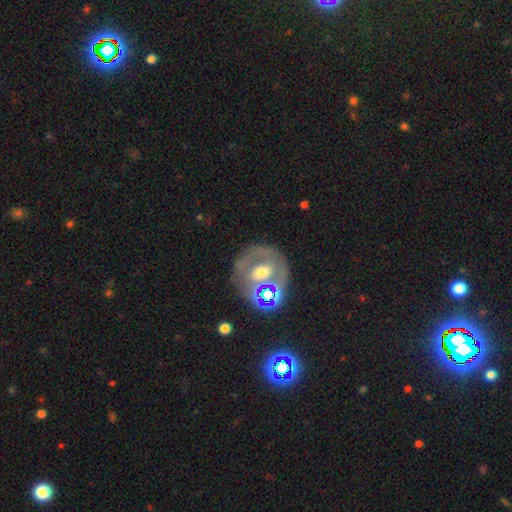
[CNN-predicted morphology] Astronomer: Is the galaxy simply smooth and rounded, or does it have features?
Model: featured or disk — 64%.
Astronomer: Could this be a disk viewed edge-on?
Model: no — 94%.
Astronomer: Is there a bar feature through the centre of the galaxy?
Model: no — 40% (runner-up: weak, 35%).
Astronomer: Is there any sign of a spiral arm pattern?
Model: no — 59% (runner-up: yes, 41%).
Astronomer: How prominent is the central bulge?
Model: moderate — 71%.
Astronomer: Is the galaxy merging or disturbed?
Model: none — 55%.